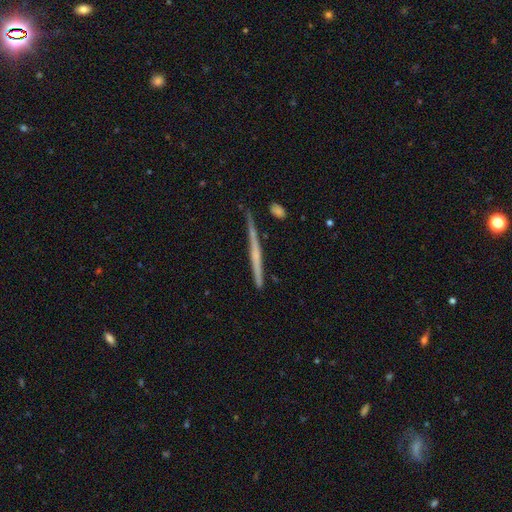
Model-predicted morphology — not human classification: featured or disk 62%, smooth 31%, star or artifact 6%. Down the decision tree: edge-on disk — yes (97%); edge-on bulge — none (73%); merging — none (80%).